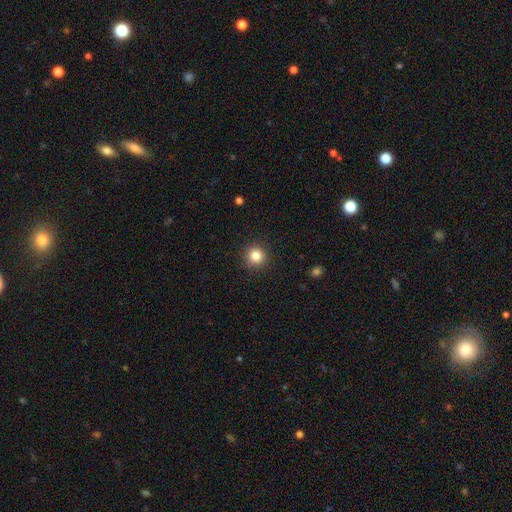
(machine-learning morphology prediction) smooth-or-featured: smooth: 84% | star or artifact: 12% | featured or disk: 5%
  how-rounded: round: 94% | in between: 5% | cigar-shaped: 1%
  merging: none: 91% | minor disturbance: 6% | major disturbance: 2% | merger: 1%